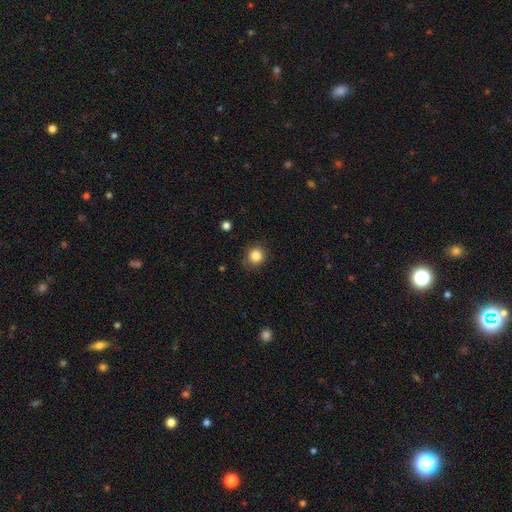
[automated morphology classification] Smooth or featured? Predicted: smooth (p=0.84). How rounded? Predicted: round (p=0.91). Merging? Predicted: none (p=0.85).